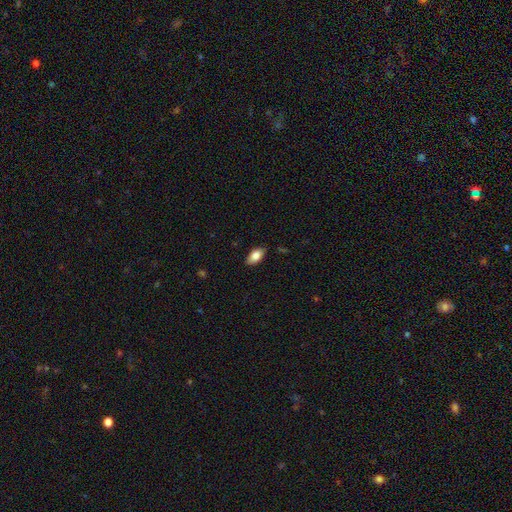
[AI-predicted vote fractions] A smooth galaxy with no disk features (80%) that is in between round and cigar-shaped (91%).

Vote fractions:
- Smooth or featured? smooth: 80% / featured or disk: 13% / star or artifact: 7%
- How rounded? in between: 91% / cigar-shaped: 5% / round: 4%
- Merging? none: 85% / minor disturbance: 11% / major disturbance: 2% / merger: 1%